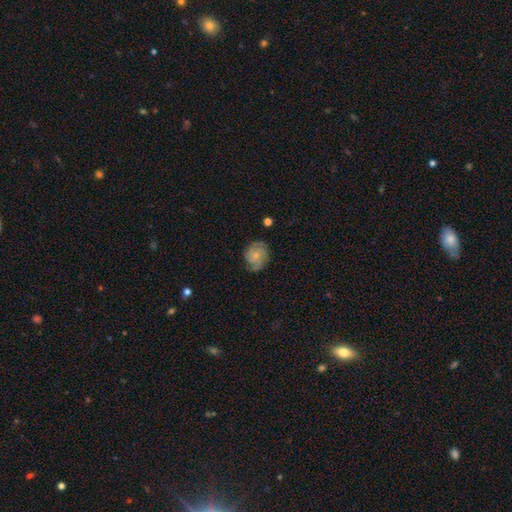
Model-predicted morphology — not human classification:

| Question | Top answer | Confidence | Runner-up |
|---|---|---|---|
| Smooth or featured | featured or disk | 55% | smooth (37%) |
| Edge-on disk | no | 98% | yes (2%) |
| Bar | no | 75% | weak (22%) |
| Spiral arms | yes | 87% | no (13%) |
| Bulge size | small | 69% | moderate (21%) |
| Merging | none | 69% | minor disturbance (23%) |